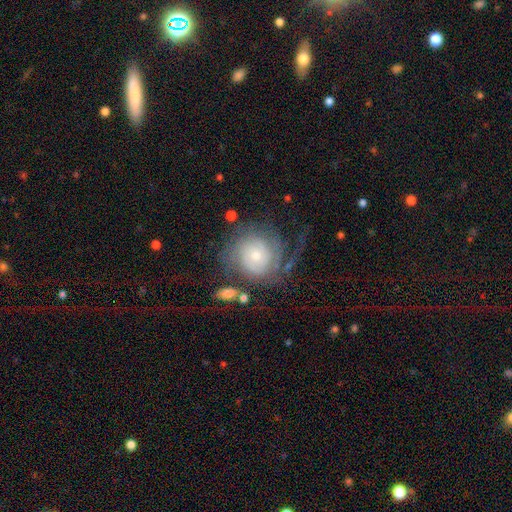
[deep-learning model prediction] featured or disk 72%, smooth 21%, star or artifact 7%. Down the decision tree: edge-on disk — no (97%); bar — no (75%); spiral arms — yes (88%); spiral arm count — can't tell (38%); spiral winding — tight (57%); bulge size — small (57%); merging — none (49%).